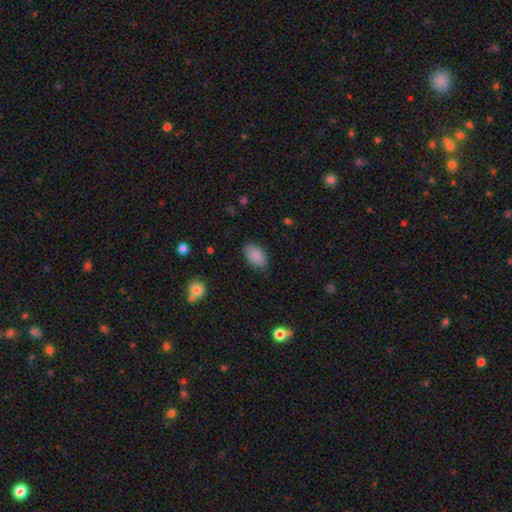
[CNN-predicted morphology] Smooth or featured?
  - smooth: 87% *
  - star or artifact: 7%
  - featured or disk: 6%
How rounded?
  - in between: 93% *
  - round: 6%
  - cigar-shaped: 1%
Merging?
  - none: 83% *
  - minor disturbance: 13%
  - major disturbance: 3%
  - merger: 1%